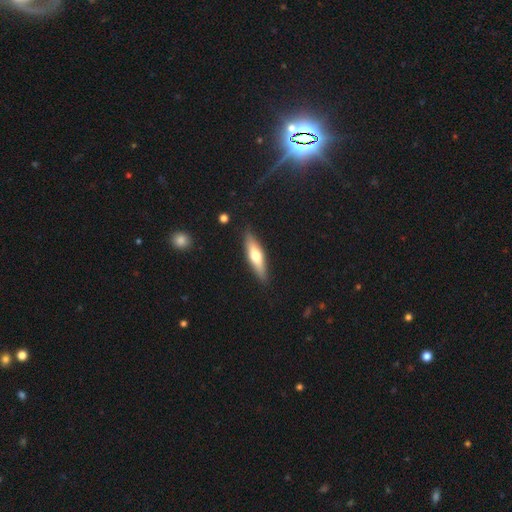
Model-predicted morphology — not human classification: smooth-or-featured: smooth: 52% | featured or disk: 42% | star or artifact: 6%
  how-rounded: cigar-shaped: 68% | in between: 30% | round: 2%
  merging: none: 88% | minor disturbance: 9% | major disturbance: 2% | merger: 1%